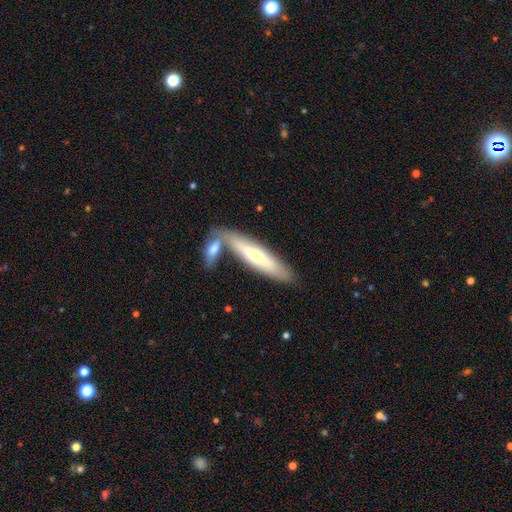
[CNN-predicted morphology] This appears to be a smooth galaxy with no disk features (52%) that is cigar-shaped (77%). Merging: none (56%).